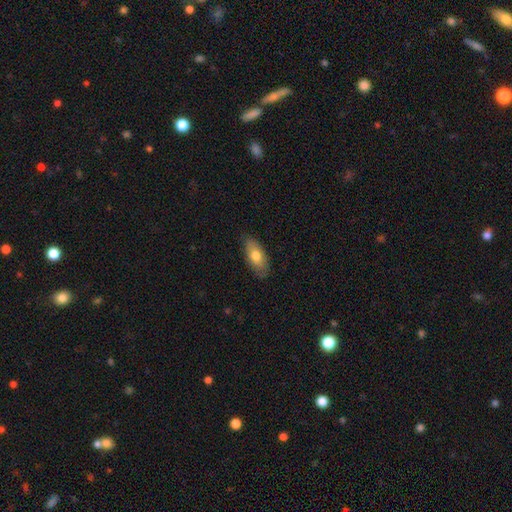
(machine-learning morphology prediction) This appears to be a smooth galaxy with no disk features (74%) that is in between round and cigar-shaped (87%). Merging: none (81%).